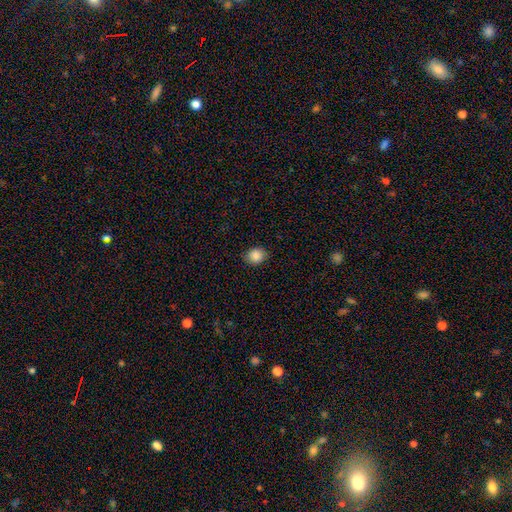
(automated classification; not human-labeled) Smooth or featured: smooth — 87% (star or artifact — 9%)
How rounded: round — 58% (in between — 41%)
Merging: none — 86% (minor disturbance — 11%)